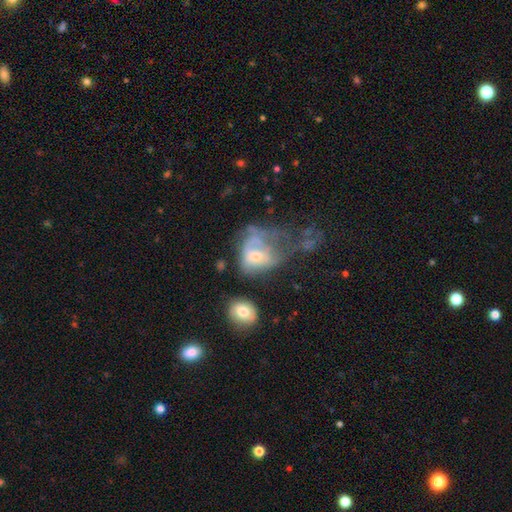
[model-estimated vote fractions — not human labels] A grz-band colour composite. It shows a featured or disk galaxy (52%). Merging: major disturbance (53%).